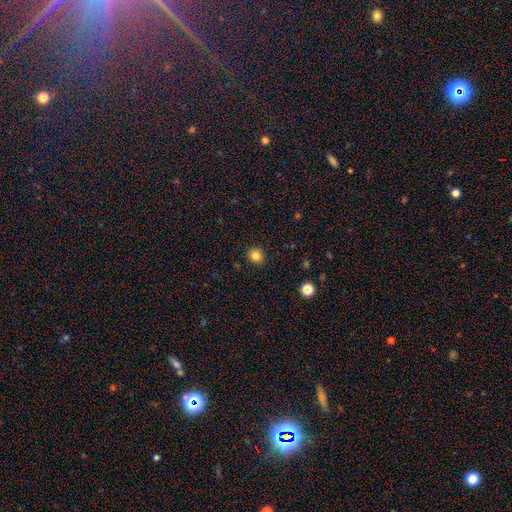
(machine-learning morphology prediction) A smooth galaxy with no disk features (83%) that is round (84%). Merging: none (91%).